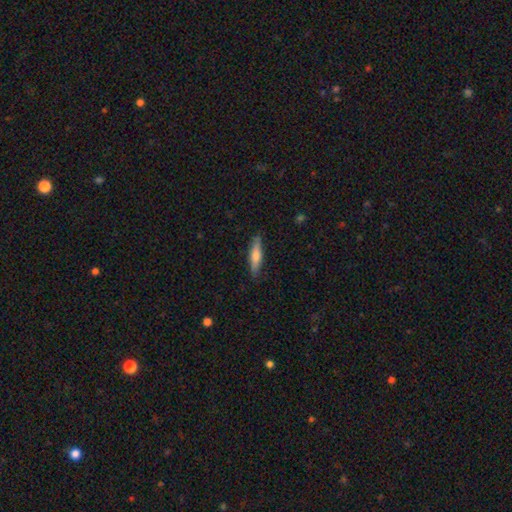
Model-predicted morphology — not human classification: smooth-or-featured: smooth: 63% | featured or disk: 31% | star or artifact: 6%
  how-rounded: cigar-shaped: 80% | in between: 18% | round: 2%
  merging: none: 87% | minor disturbance: 10% | major disturbance: 2% | merger: 1%